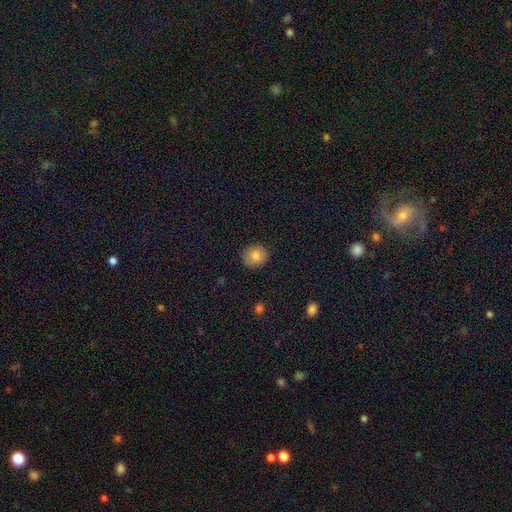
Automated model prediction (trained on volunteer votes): Smooth or featured: smooth — 82% (star or artifact — 9%)
How rounded: round — 80% (in between — 20%)
Merging: none — 87% (minor disturbance — 10%)